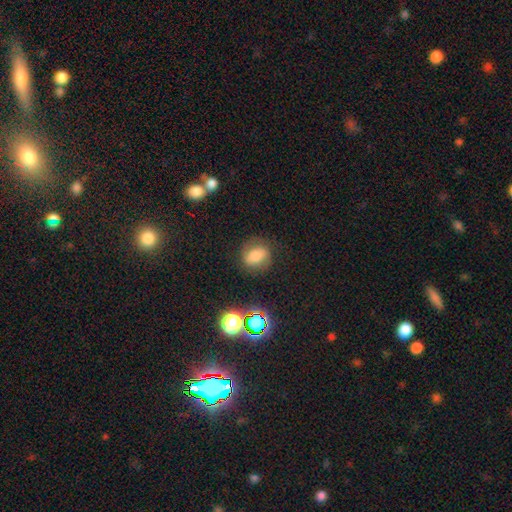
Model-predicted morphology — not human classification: type=smooth (62%); roundness=round (58%); merging=none (77%).